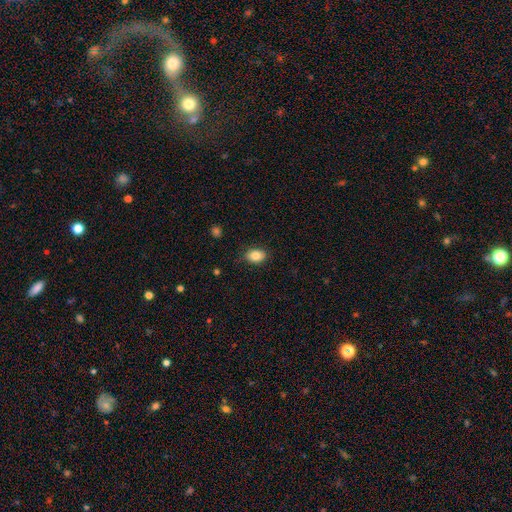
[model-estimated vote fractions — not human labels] This appears to be a smooth galaxy with no disk features (85%) that is in between round and cigar-shaped (79%). Merging: none (85%).